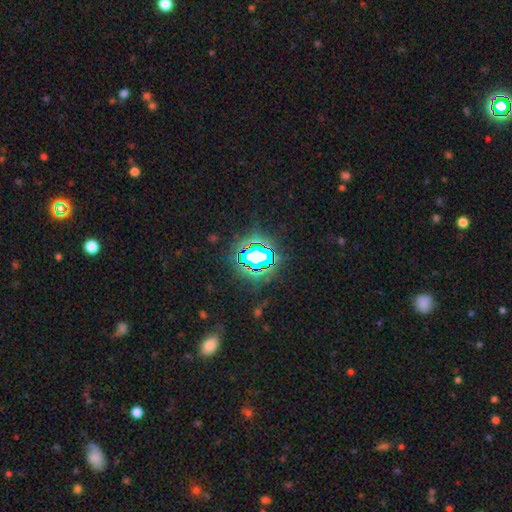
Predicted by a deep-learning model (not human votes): Morphology: type=star or artifact (75%).